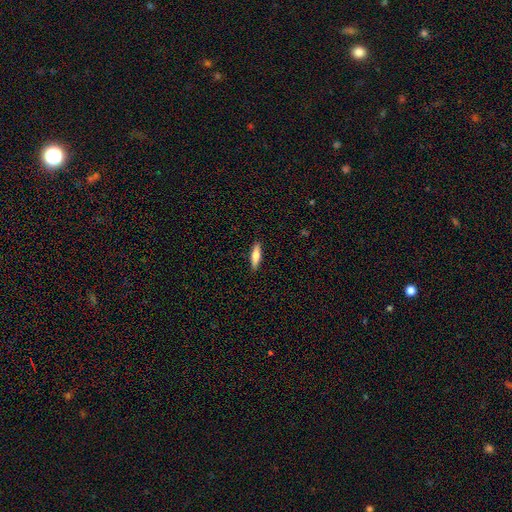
Smooth or featured? smooth (76%)
How rounded? cigar-shaped (58%)
Merging? none (95%)